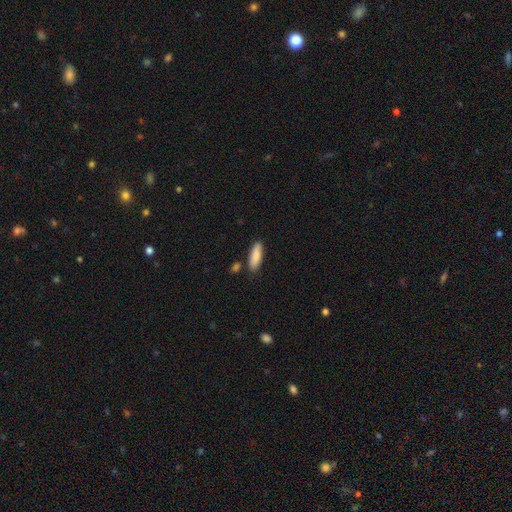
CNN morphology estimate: The model was most divided on "how rounded": cigar-shaped: 50%, in between: 48%, round: 2%. More confident: smooth or featured — smooth (87%); merging — none (82%).